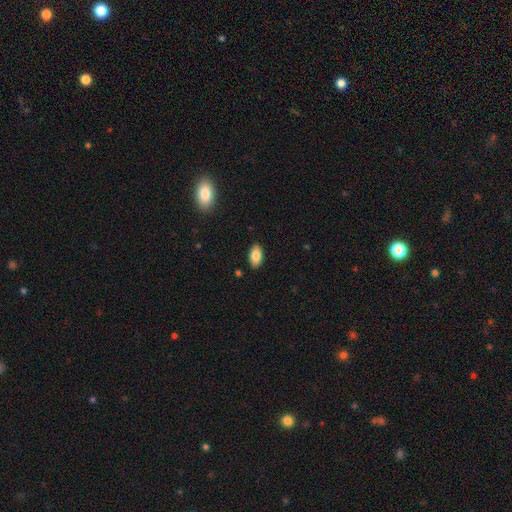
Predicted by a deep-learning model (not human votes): A smooth galaxy with no disk features (84%) that is in between round and cigar-shaped (93%).

Vote fractions:
- Smooth or featured? smooth: 84% / featured or disk: 9% / star or artifact: 7%
- How rounded? in between: 93% / round: 4% / cigar-shaped: 4%
- Merging? none: 88% / minor disturbance: 9% / major disturbance: 2% / merger: 1%